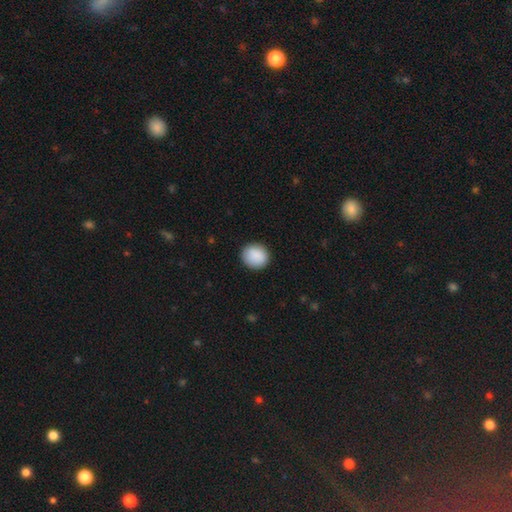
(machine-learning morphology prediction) smooth_or_featured: smooth (p=0.90) [alt: star or artifact p=0.07]
how_rounded: round (p=0.80) [alt: in between p=0.19]
merging: none (p=0.89) [alt: minor disturbance p=0.08]